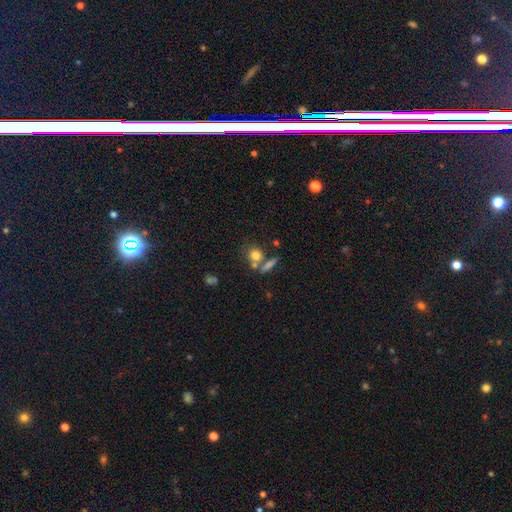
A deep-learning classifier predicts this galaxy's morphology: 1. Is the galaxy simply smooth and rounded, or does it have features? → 78% smooth, 11% featured or disk, 11% star or artifact.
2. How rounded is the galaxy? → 72% round, 24% in between, 4% cigar-shaped.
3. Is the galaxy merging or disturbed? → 53% none, 31% merger, 10% minor disturbance, 6% major disturbance.